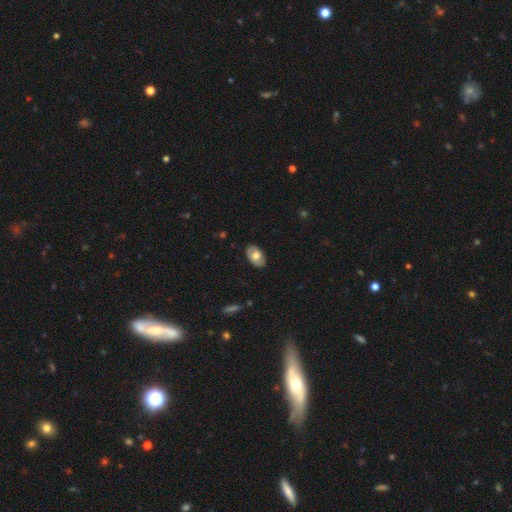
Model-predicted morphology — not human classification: Overall: smooth (65%; featured or disk 30%). How rounded: in between (92%). Merging: none (85%).